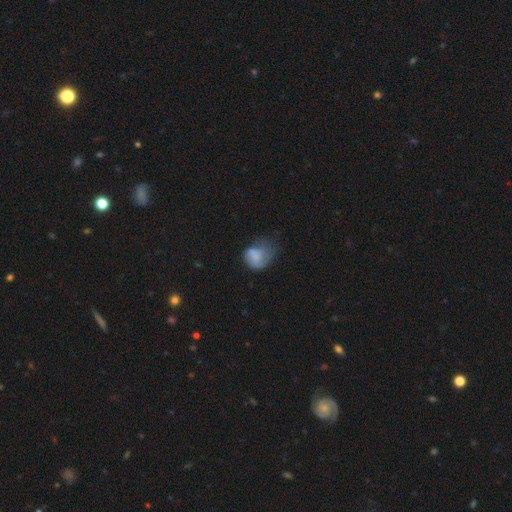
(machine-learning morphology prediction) Smooth or featured? Predicted: smooth (p=0.69). How rounded? Predicted: in between (p=0.52). Merging? Predicted: major disturbance (p=0.37).